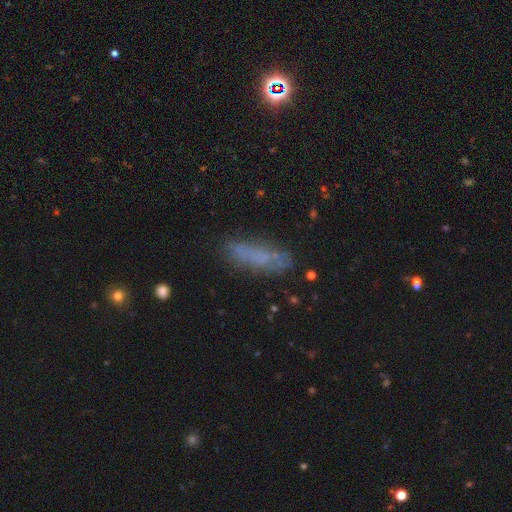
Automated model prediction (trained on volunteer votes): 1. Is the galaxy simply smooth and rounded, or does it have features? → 58% smooth, 26% featured or disk, 15% star or artifact.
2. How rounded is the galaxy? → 62% cigar-shaped, 36% in between, 3% round.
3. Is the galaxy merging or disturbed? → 74% none, 17% minor disturbance, 6% major disturbance, 2% merger.